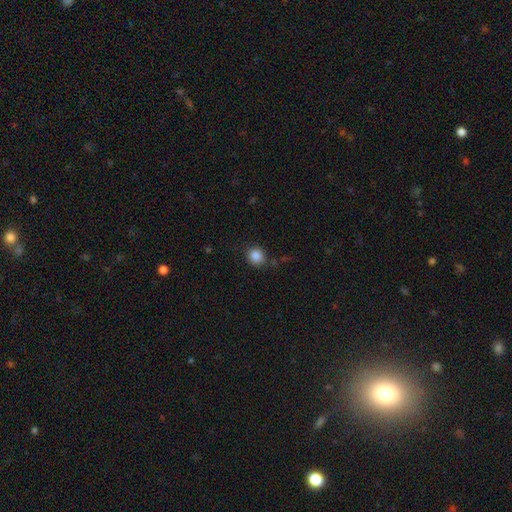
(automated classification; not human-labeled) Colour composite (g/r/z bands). It shows a smooth galaxy with no disk features (86%) that is round (83%). Merging: none (81%).